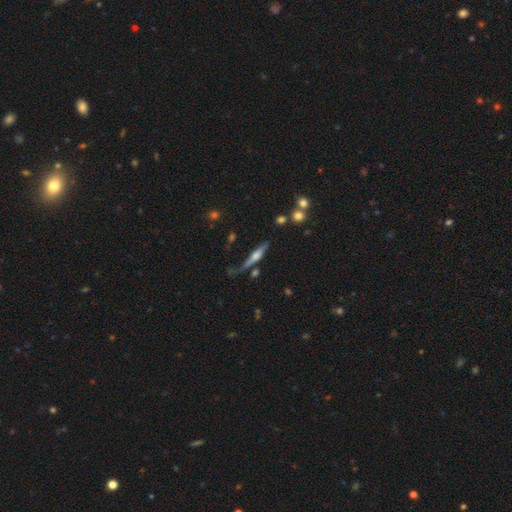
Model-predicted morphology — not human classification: Smooth or featured? featured or disk (68%)
Edge-on disk? yes (95%)
Edge-on bulge? rounded (83%)
Merging? none (65%)